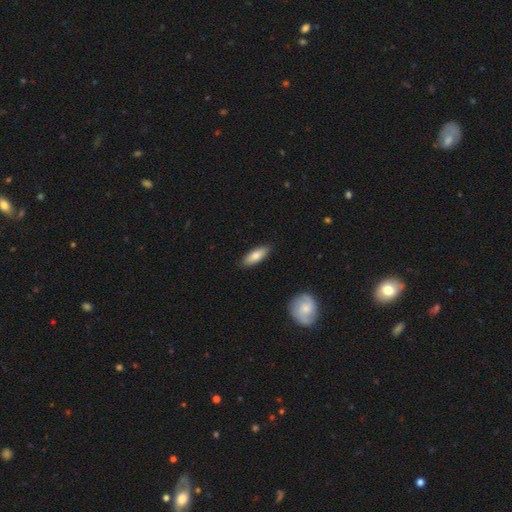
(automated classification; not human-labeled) smooth_or_featured: smooth (p=0.78) [alt: featured or disk p=0.16]
how_rounded: in between (p=0.70) [alt: cigar-shaped p=0.28]
merging: none (p=0.86) [alt: minor disturbance p=0.11]